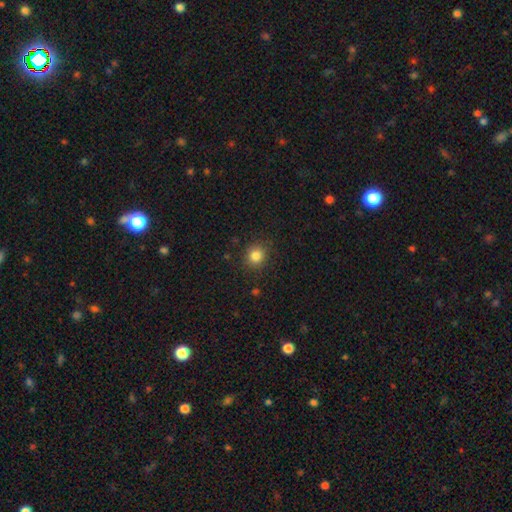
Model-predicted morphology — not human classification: smooth 83%, star or artifact 12%, featured or disk 5%. Down the decision tree: how rounded — round (84%); merging — none (87%).